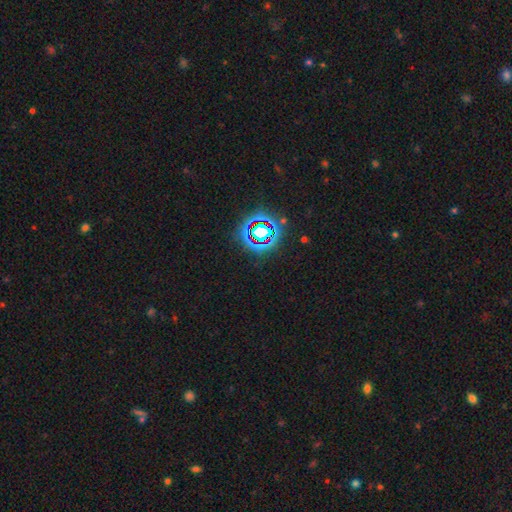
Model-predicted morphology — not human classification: Smooth or featured? Predicted: star or artifact (p=0.78).